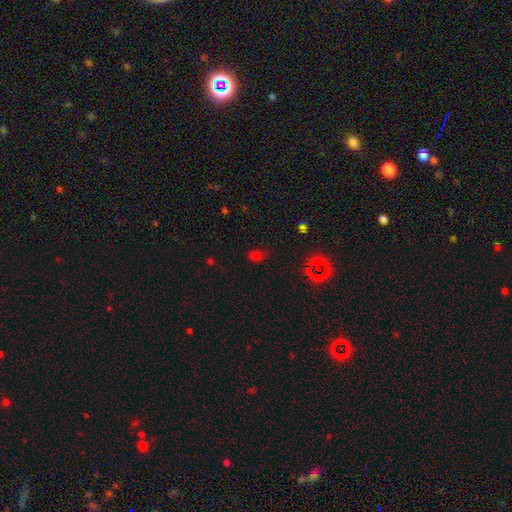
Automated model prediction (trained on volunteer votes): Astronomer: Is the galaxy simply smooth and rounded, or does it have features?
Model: smooth — 55% (runner-up: star or artifact, 38%).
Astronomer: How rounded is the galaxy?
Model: in between — 50% (runner-up: round, 48%).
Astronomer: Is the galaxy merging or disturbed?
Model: none — 69%.